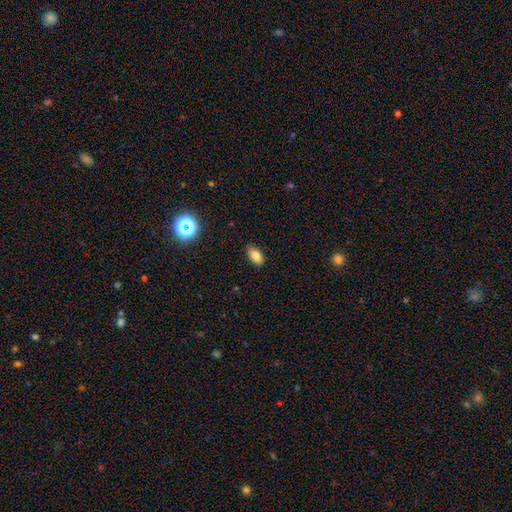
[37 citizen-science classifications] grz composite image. It shows a smooth galaxy with no disk features (78%) that is in between round and cigar-shaped (97%). Merging: none (77%).